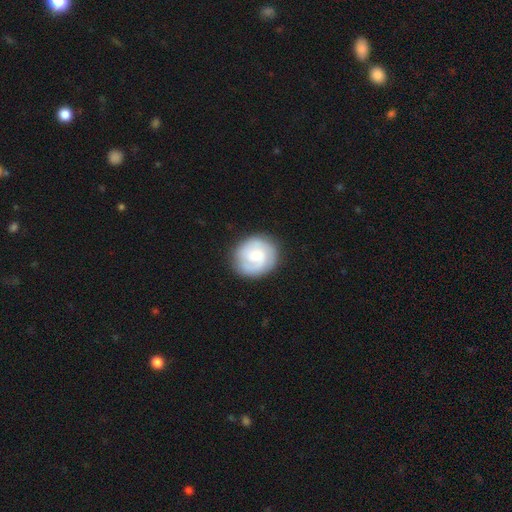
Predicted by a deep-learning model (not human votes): The model was most divided on "bulge size": small: 42%, moderate: 35%, large: 11%, none: 9%, dominant: 2%. Remaining: edge-on disk — no (98%); spiral arms — yes (91%); merging — none (83%); bar — no (62%); smooth or featured — featured or disk (59%); spiral winding — tight (53%); spiral arm count — 2 (47%).